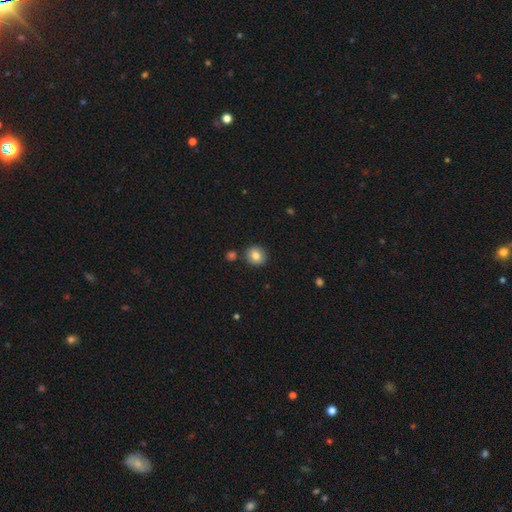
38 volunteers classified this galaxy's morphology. Smooth or featured: smooth — 89% (featured or disk — 5%)
How rounded: round — 94% (in between — 6%)
Merging: none — 97% (minor disturbance — 3%)